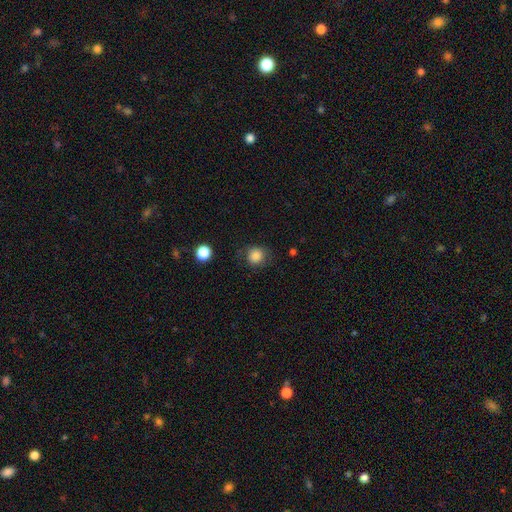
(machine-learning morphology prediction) type=smooth (85%); roundness=round (87%); merging=none (76%).